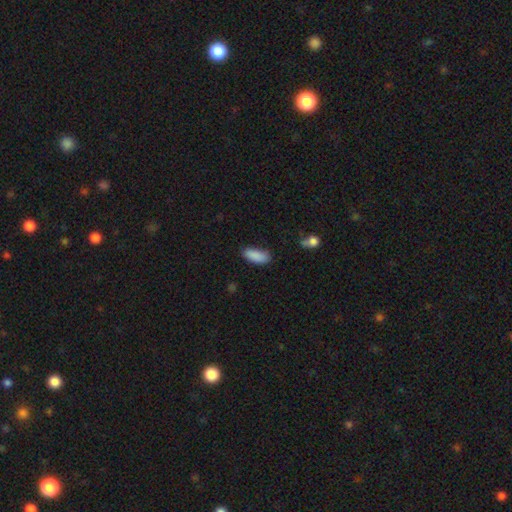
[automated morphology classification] A smooth galaxy with no disk features (89%) that is in between round and cigar-shaped (80%).

Vote fractions:
- Smooth or featured? smooth: 89% / star or artifact: 7% / featured or disk: 4%
- How rounded? in between: 80% / cigar-shaped: 18% / round: 2%
- Merging? none: 78% / minor disturbance: 17% / major disturbance: 3% / merger: 2%